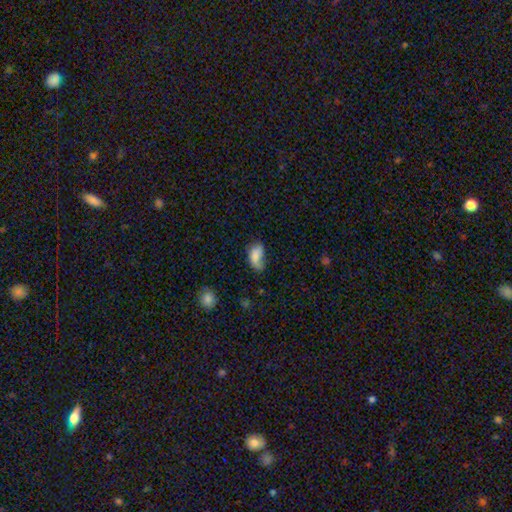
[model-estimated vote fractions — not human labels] Q: Smooth or featured?
A: smooth (77%); runner-up: featured or disk (13%)
Q: How rounded?
A: in between (91%); runner-up: round (6%)
Q: Merging?
A: minor disturbance (35%); runner-up: none (34%)